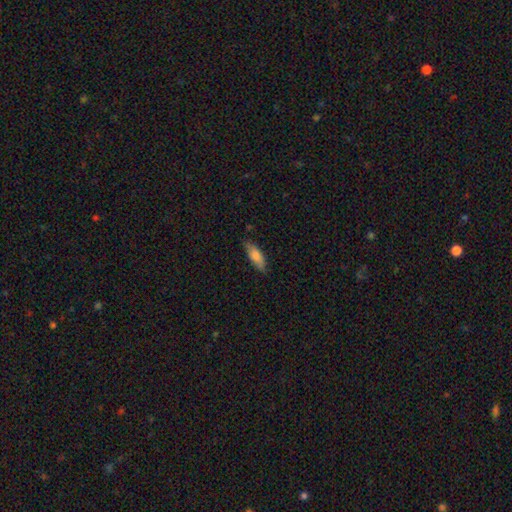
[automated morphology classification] This appears to be a smooth galaxy with no disk features (75%) that is in between round and cigar-shaped (57%). Merging: none (77%).